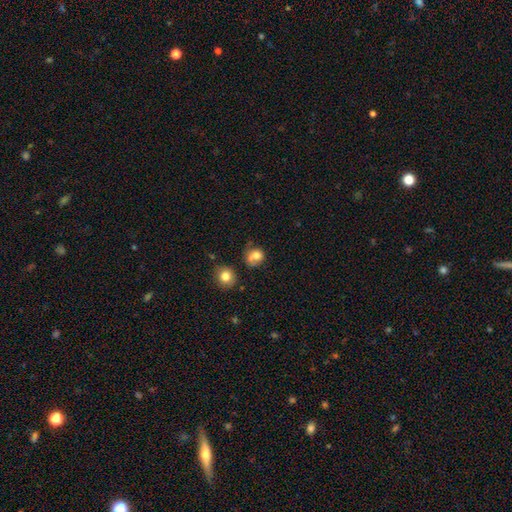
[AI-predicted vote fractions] The model was most divided on "merging": none: 47%, merger: 23%, minor disturbance: 20%, major disturbance: 9%. More confident: smooth or featured — smooth (77%); how rounded — round (76%).